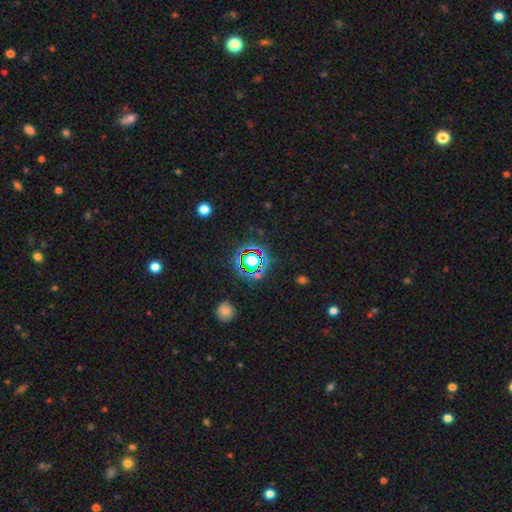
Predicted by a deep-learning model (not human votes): Q: Smooth or featured?
A: star or artifact (71%); runner-up: smooth (19%)